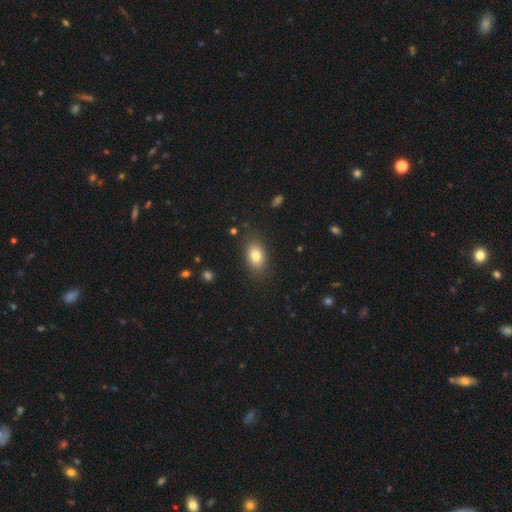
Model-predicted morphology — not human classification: Q: Smooth or featured?
A: smooth (80%); runner-up: featured or disk (11%)
Q: How rounded?
A: in between (83%); runner-up: round (14%)
Q: Merging?
A: none (84%); runner-up: minor disturbance (11%)